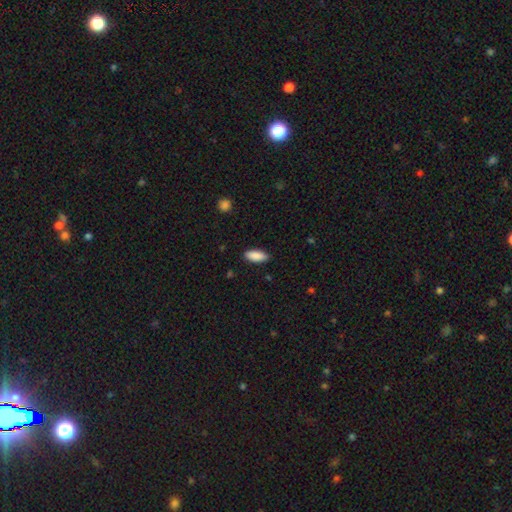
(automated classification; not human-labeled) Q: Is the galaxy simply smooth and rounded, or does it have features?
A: smooth — 90%.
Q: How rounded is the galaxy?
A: in between — 82%.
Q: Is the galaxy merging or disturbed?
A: none — 88%.